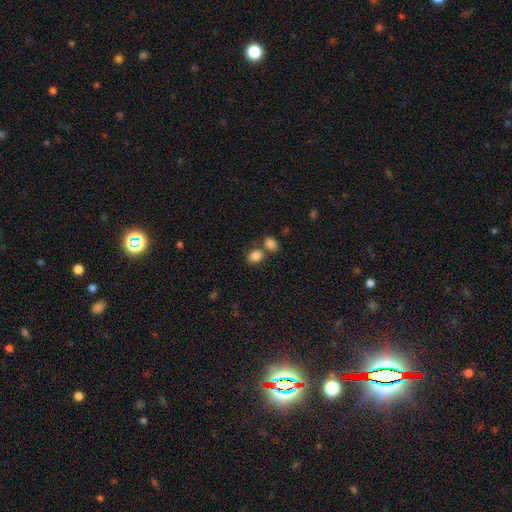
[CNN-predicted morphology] Smooth or featured: smooth — 84% (star or artifact — 10%)
How rounded: in between — 60% (round — 38%)
Merging: none — 53% (merger — 33%)